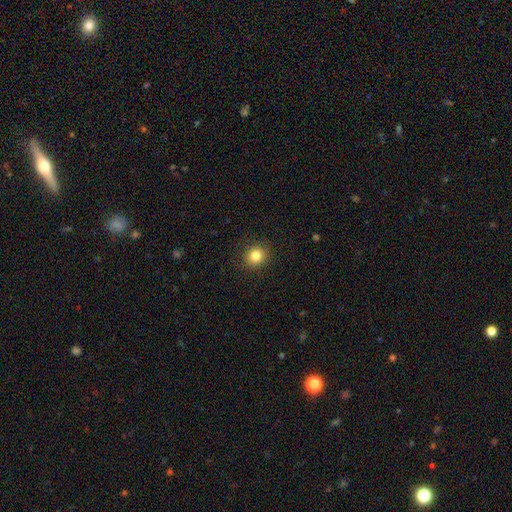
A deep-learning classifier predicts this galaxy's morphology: This is clearly a smooth galaxy (83%). How rounded: clearly round (83%). Merging: clearly none (90%).